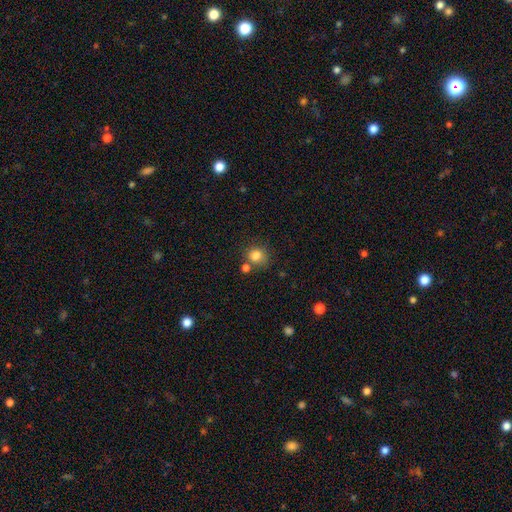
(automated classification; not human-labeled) smooth 82%, star or artifact 12%, featured or disk 6%. Down the decision tree: how rounded — round (84%); merging — none (67%).